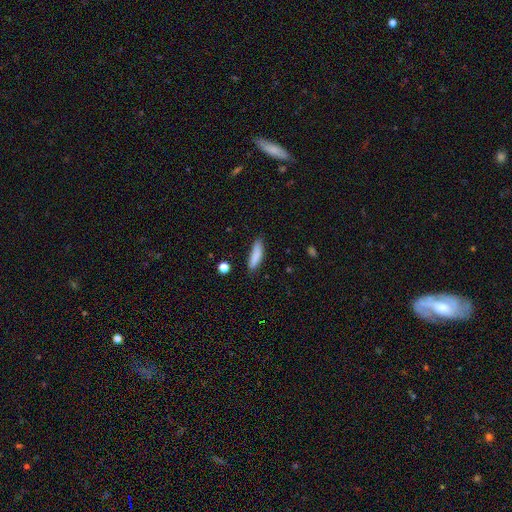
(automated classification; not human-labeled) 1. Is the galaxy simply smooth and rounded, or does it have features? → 85% smooth, 8% featured or disk, 7% star or artifact.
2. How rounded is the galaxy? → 64% cigar-shaped, 34% in between, 2% round.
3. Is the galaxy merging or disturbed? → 76% none, 18% minor disturbance, 3% major disturbance, 2% merger.